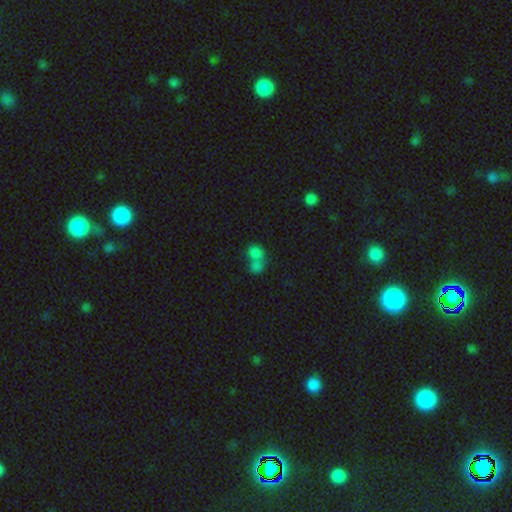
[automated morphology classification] The model was most divided on "how rounded": in between: 50%, round: 49%, cigar-shaped: 2%. More confident: smooth or featured — smooth (76%); merging — merger (69%).